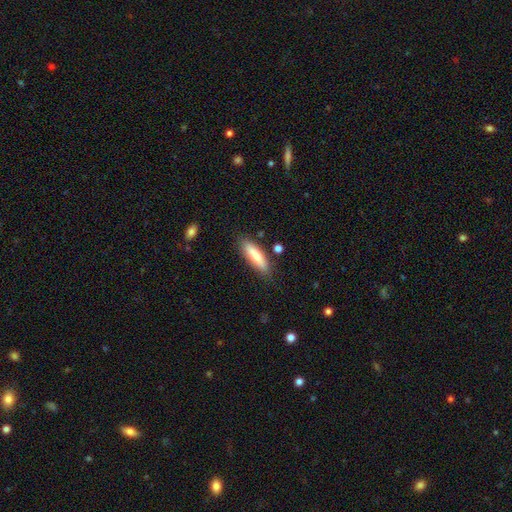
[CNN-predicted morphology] A smooth galaxy with no disk features (77%) that is cigar-shaped (63%). Merging: none (83%).